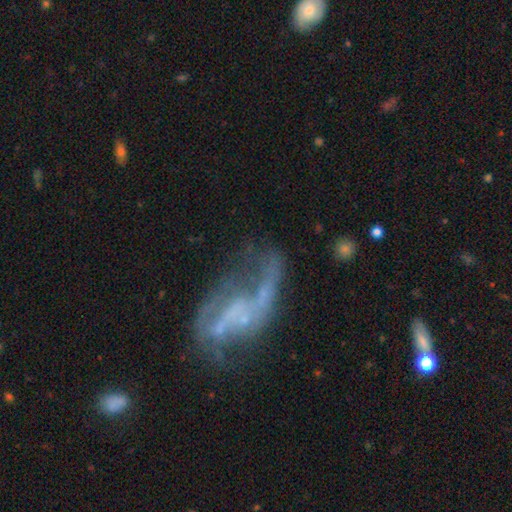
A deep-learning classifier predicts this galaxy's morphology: type=featured or disk (71%); edge-on=no (94%); bar=no (63%); spiral arms=yes (52%); bulge=none (61%); merging=major disturbance (42%).